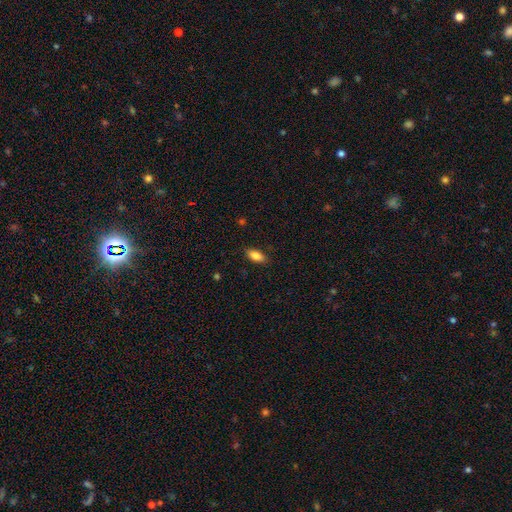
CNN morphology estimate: Smooth or featured?
  - smooth: 87% *
  - star or artifact: 7%
  - featured or disk: 6%
How rounded?
  - in between: 87% *
  - cigar-shaped: 10%
  - round: 3%
Merging?
  - none: 86% *
  - minor disturbance: 11%
  - major disturbance: 2%
  - merger: 1%